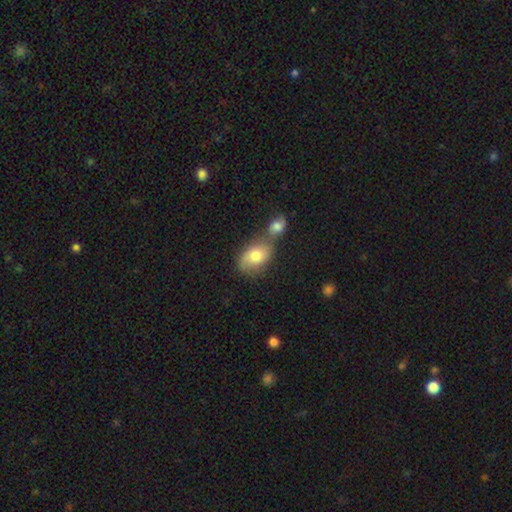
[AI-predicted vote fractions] Morphology: type=smooth (78%); roundness=in between (82%); merging=merger (44%).